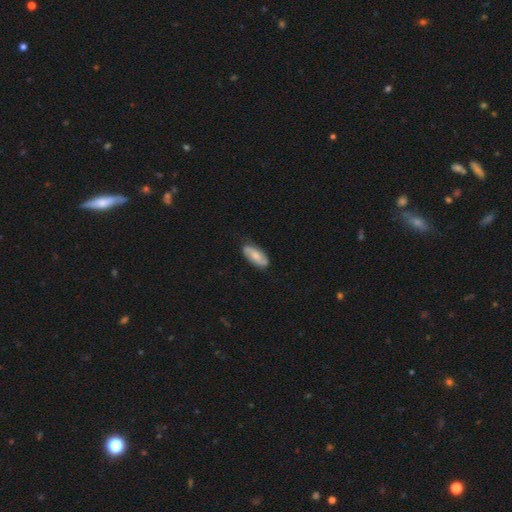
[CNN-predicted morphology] Q: Smooth or featured?
A: featured or disk (51%); runner-up: smooth (43%)
Q: Edge-on disk?
A: no (92%); runner-up: yes (8%)
Q: Merging?
A: none (81%); runner-up: minor disturbance (15%)